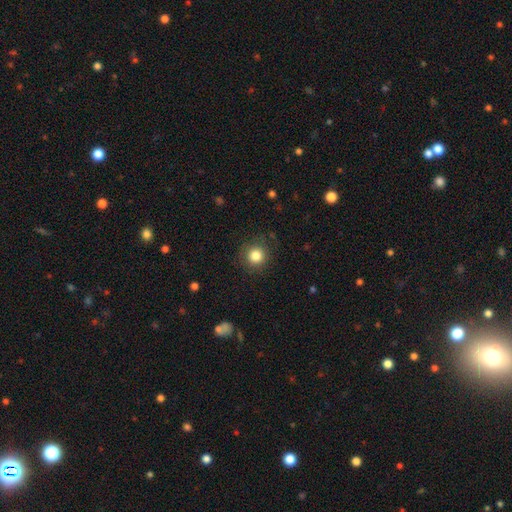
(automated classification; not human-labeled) This is clearly a smooth galaxy (83%). How rounded: clearly round (94%). Merging: clearly none (86%).